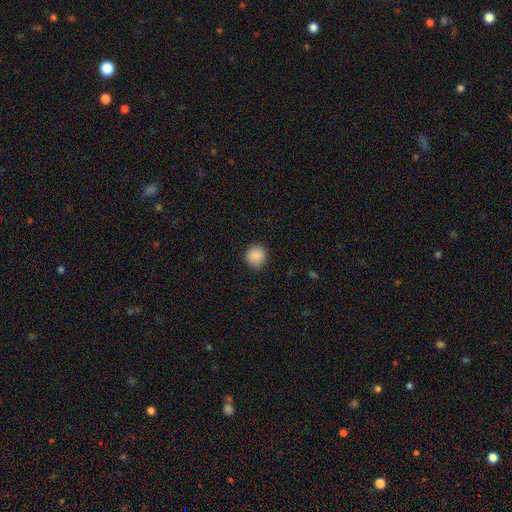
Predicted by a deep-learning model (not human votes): Smooth or featured?
  - smooth: 89% *
  - star or artifact: 8%
  - featured or disk: 3%
How rounded?
  - round: 90% *
  - in between: 9%
  - cigar-shaped: 1%
Merging?
  - none: 87% *
  - minor disturbance: 9%
  - major disturbance: 2%
  - merger: 1%